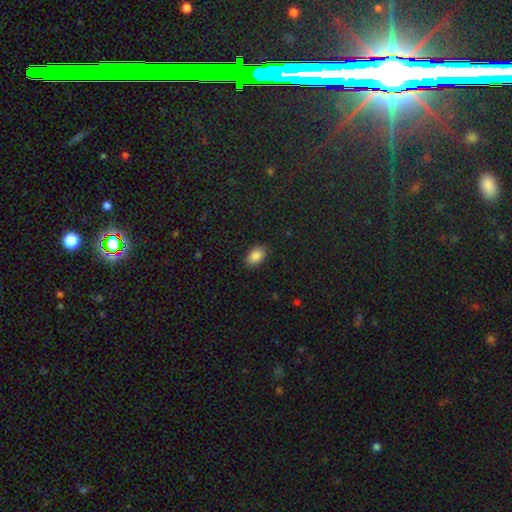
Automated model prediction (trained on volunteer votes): This is clearly a smooth galaxy (87%). How rounded: clearly in between (90%). Merging: clearly none (87%).